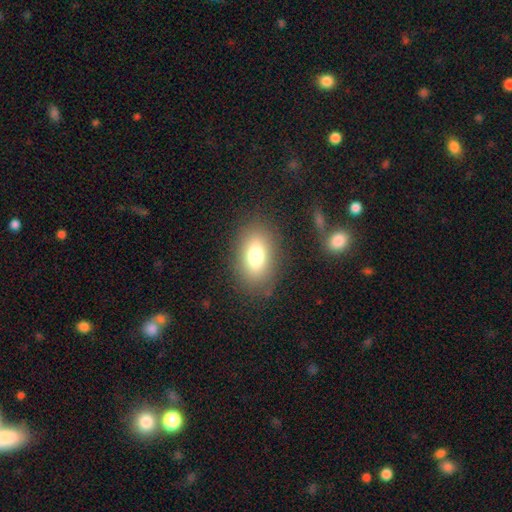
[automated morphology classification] smooth_or_featured: smooth (p=0.76) [alt: featured or disk p=0.14]
how_rounded: in between (p=0.86) [alt: round p=0.11]
merging: none (p=0.83) [alt: minor disturbance p=0.10]